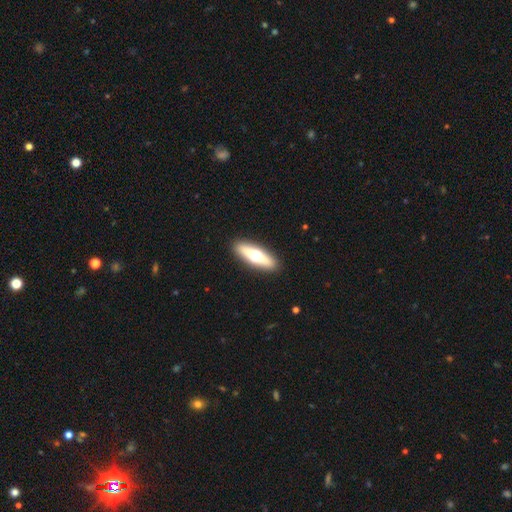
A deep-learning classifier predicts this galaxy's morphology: Smooth or featured?
  - featured or disk: 51% *
  - smooth: 43%
  - star or artifact: 6%
Edge-on disk?
  - yes: 89% *
  - no: 11%
Merging?
  - none: 91% *
  - minor disturbance: 6%
  - major disturbance: 2%
  - merger: 1%